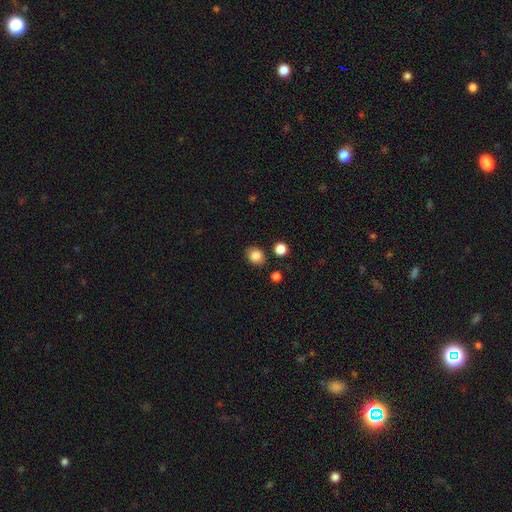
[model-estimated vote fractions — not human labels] Smooth or featured? smooth (85%)
How rounded? round (62%)
Merging? none (80%)